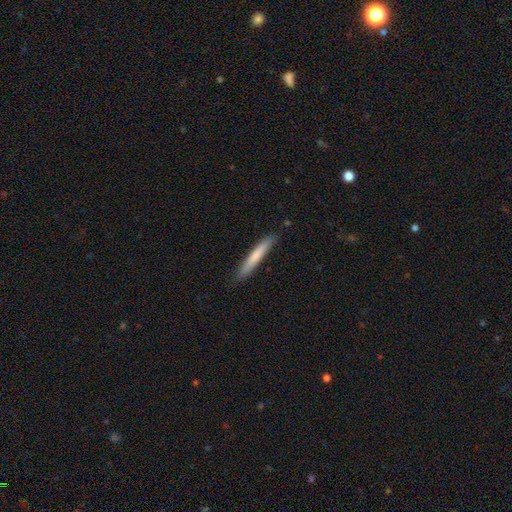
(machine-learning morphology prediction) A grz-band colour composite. It shows a smooth galaxy with no disk features (72%) that is cigar-shaped (95%). Merging: none (87%).